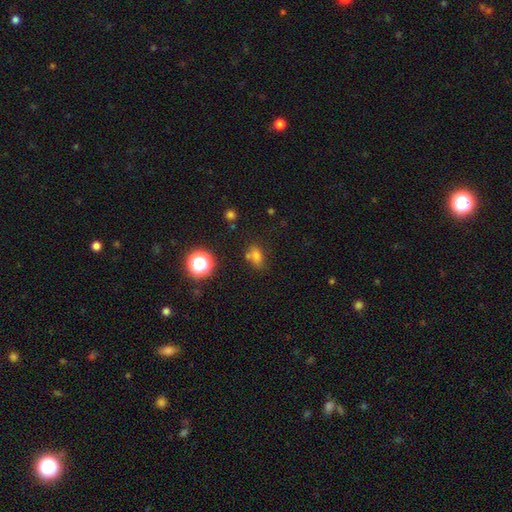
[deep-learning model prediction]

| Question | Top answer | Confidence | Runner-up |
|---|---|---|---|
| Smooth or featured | smooth | 70% | star or artifact (20%) |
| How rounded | in between | 70% | round (27%) |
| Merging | none | 59% | minor disturbance (18%) |